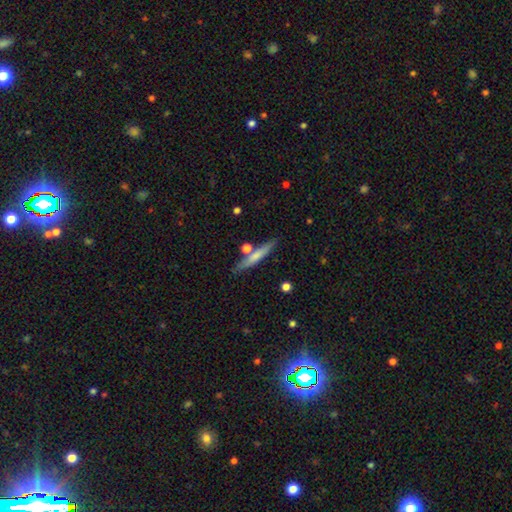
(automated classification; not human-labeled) A smooth galaxy with no disk features (60%) that is cigar-shaped (92%). Merging: none (77%).